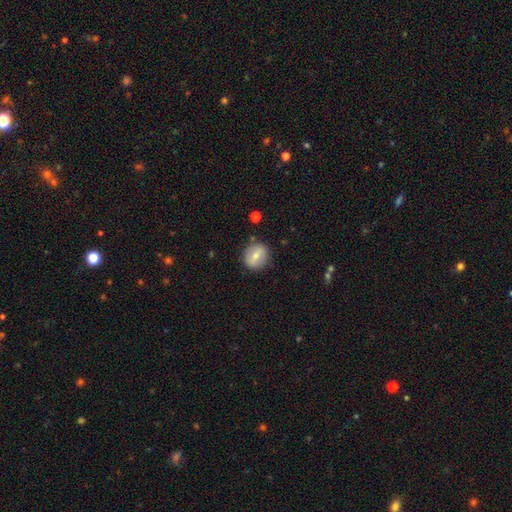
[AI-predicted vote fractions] smooth_or_featured: smooth (p=0.59) [alt: featured or disk p=0.33]
how_rounded: round (p=0.76) [alt: in between p=0.22]
merging: none (p=0.85) [alt: minor disturbance p=0.10]